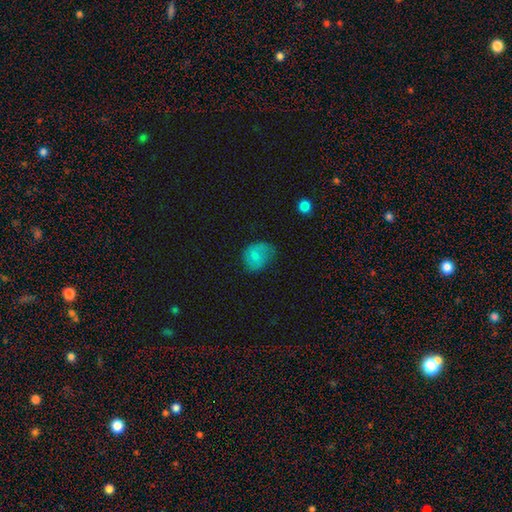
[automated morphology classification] Overall: smooth (75%). How rounded: round (53%; in between 46%). Merging: none (52%; minor disturbance 33%).